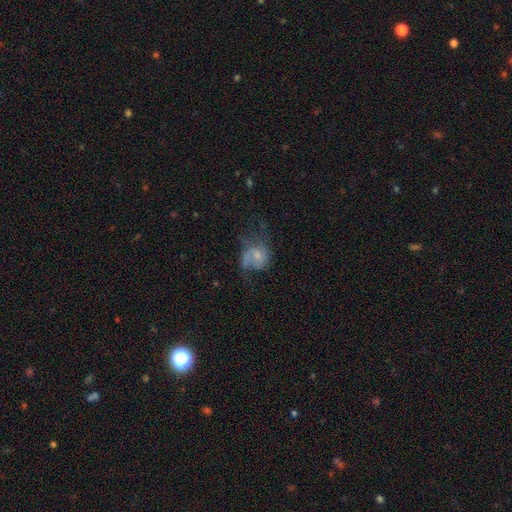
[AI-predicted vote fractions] featured or disk 48%, smooth 41%, star or artifact 11%. Down the decision tree: merging — major disturbance (41%).